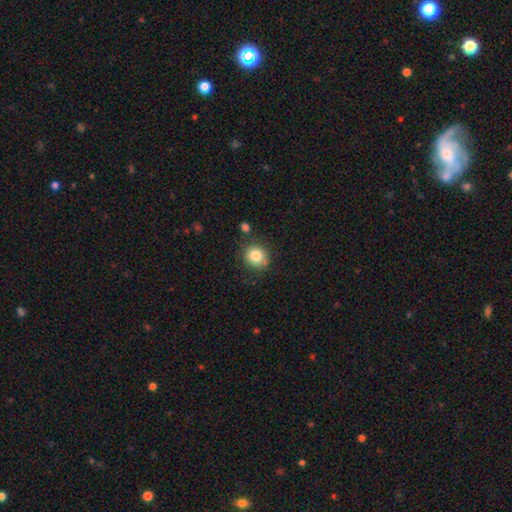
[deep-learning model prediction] A smooth galaxy with no disk features (84%) that is round (88%). Merging: none (78%).